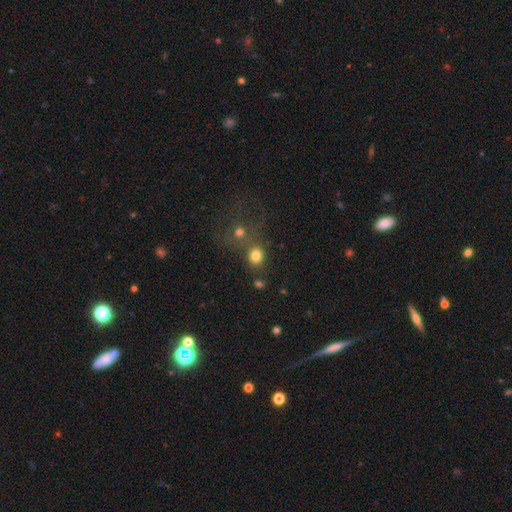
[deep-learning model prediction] This appears to be a smooth galaxy with no disk features (78%) that is round (74%). Merging: none (62%).